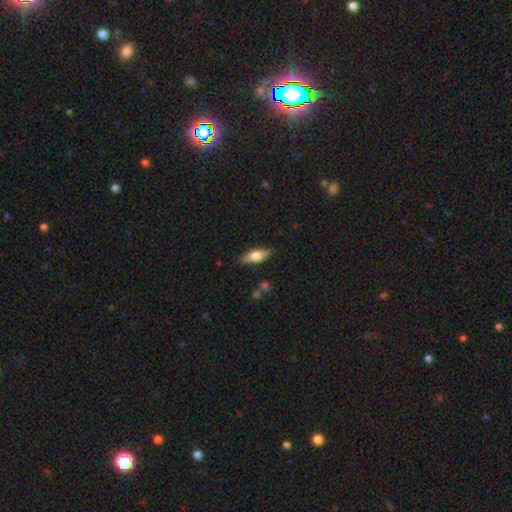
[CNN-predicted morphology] smooth_or_featured: smooth (p=0.52) [alt: featured or disk p=0.41]
how_rounded: in between (p=0.54) [alt: cigar-shaped p=0.43]
merging: none (p=0.83) [alt: minor disturbance p=0.12]